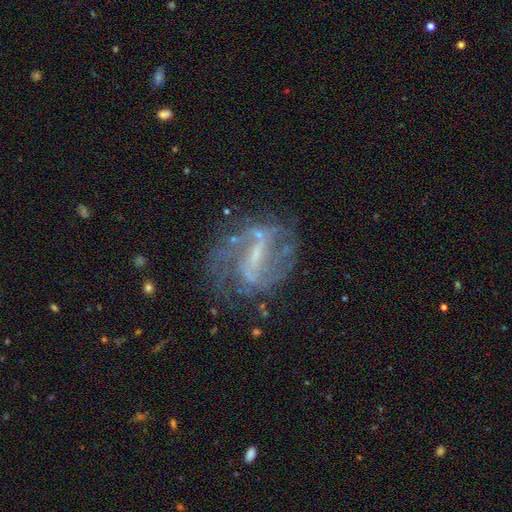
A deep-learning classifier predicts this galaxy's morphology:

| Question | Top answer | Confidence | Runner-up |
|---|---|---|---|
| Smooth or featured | featured or disk | 83% | star or artifact (9%) |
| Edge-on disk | no | 96% | yes (4%) |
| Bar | strong | 50% | weak (38%) |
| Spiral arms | yes | 85% | no (15%) |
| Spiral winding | medium | 45% | loose (31%) |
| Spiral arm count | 2 | 64% | can't tell (19%) |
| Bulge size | small | 48% | none (30%) |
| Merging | none | 62% | minor disturbance (18%) |